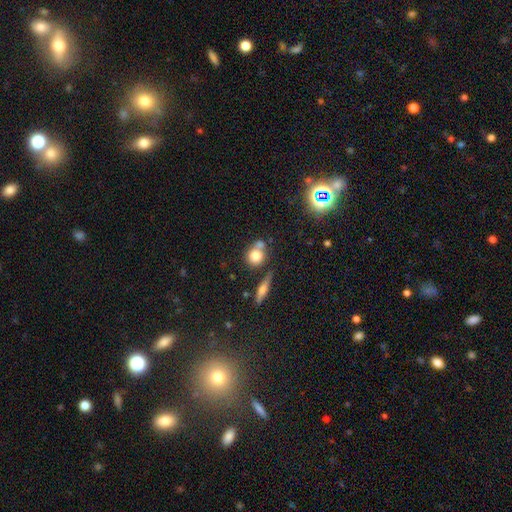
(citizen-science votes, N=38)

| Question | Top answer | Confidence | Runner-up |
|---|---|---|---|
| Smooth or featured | smooth | 87% | star or artifact (11%) |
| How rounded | round | 91% | in between (6%) |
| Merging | none | 53% | merger (32%) |